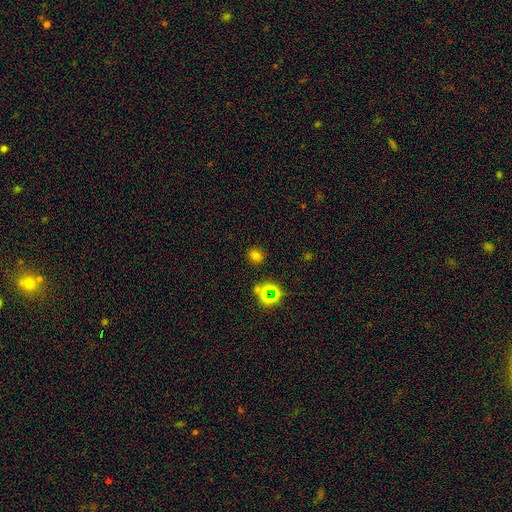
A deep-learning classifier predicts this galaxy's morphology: smooth 69%, star or artifact 25%, featured or disk 7%. Down the decision tree: how rounded — round (77%); merging — none (86%).